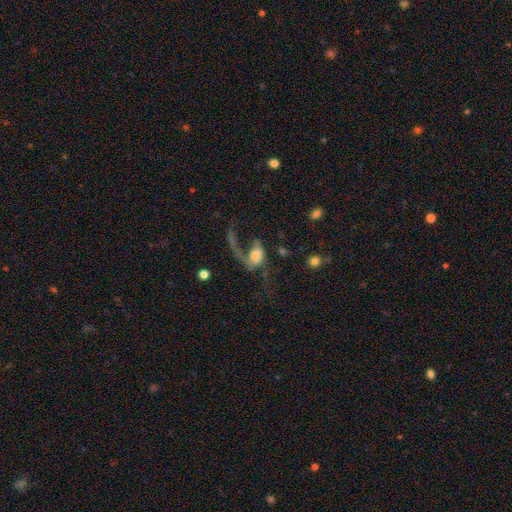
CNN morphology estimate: A featured or disk galaxy (60%) with no bar (68%), spiral arms (75%) and a moderate central bulge (35%). Merging: major disturbance (58%).